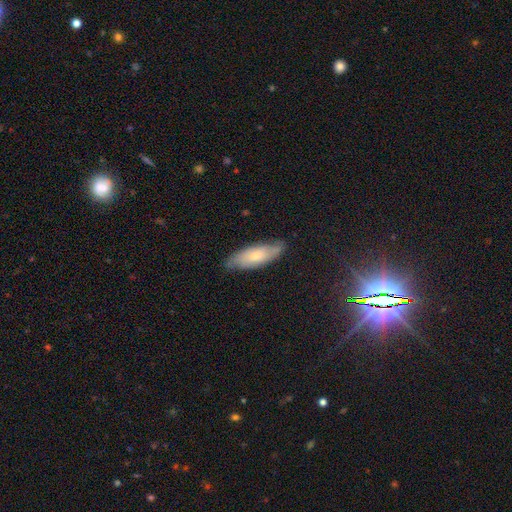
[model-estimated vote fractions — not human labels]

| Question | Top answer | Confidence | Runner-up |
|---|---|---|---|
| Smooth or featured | smooth | 57% | featured or disk (37%) |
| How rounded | in between | 64% | cigar-shaped (34%) |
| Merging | none | 75% | minor disturbance (20%) |